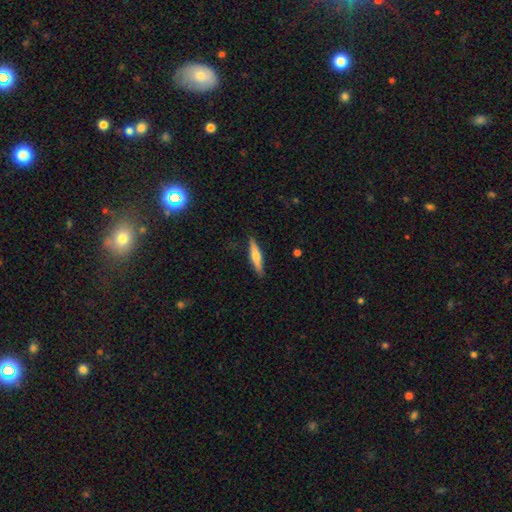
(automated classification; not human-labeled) The model was most divided on "smooth or featured": smooth: 51%, featured or disk: 44%, star or artifact: 6%. More confident: merging — none (87%); how rounded — cigar-shaped (87%).